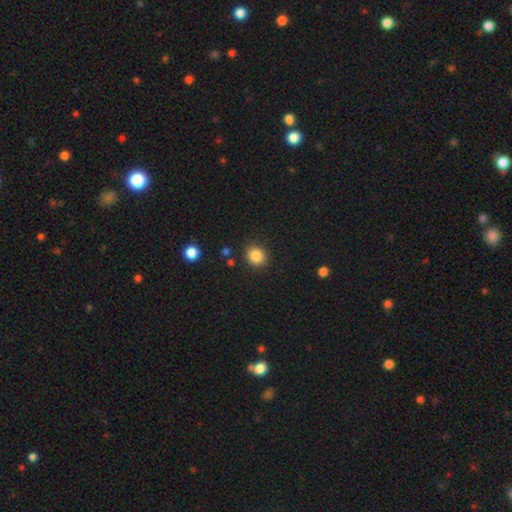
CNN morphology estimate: smooth-or-featured: smooth: 85% | star or artifact: 10% | featured or disk: 4%
  how-rounded: round: 74% | in between: 25% | cigar-shaped: 1%
  merging: none: 88% | minor disturbance: 8% | major disturbance: 2% | merger: 2%